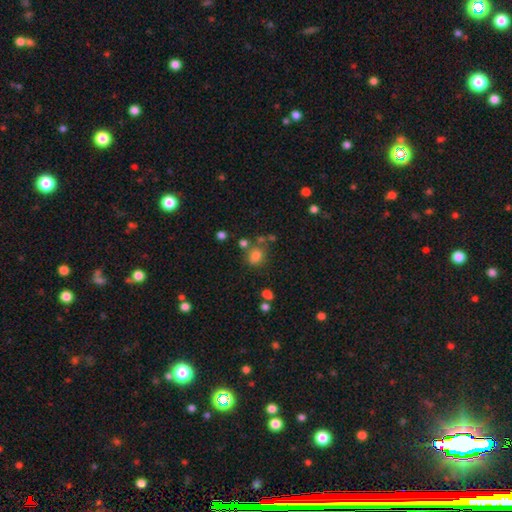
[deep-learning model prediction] smooth 76%, star or artifact 15%, featured or disk 9%. Down the decision tree: how rounded — round (60%); merging — none (62%).